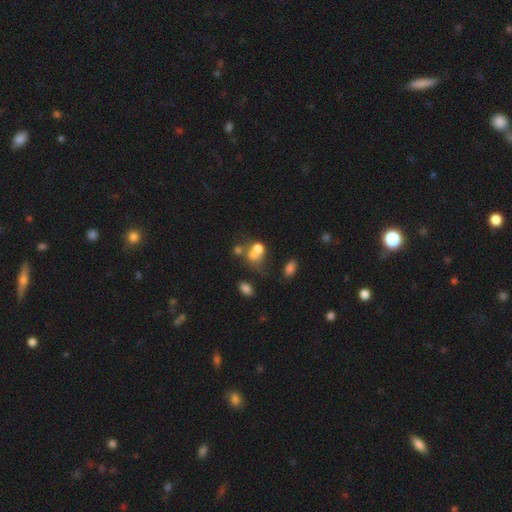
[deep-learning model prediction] This is likely a smooth galaxy (61%). How rounded: possibly round (59%). Merging: possibly merger (51%).